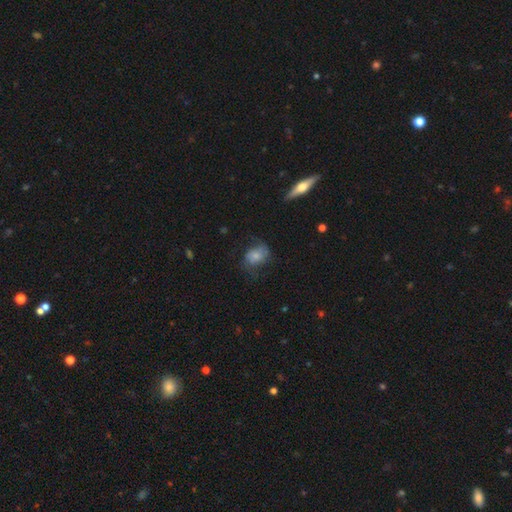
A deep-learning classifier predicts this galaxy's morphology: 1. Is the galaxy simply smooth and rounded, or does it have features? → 58% smooth, 32% featured or disk, 9% star or artifact.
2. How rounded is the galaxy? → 65% in between, 34% round, 1% cigar-shaped.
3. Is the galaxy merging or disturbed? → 48% none, 27% minor disturbance, 23% major disturbance, 2% merger.